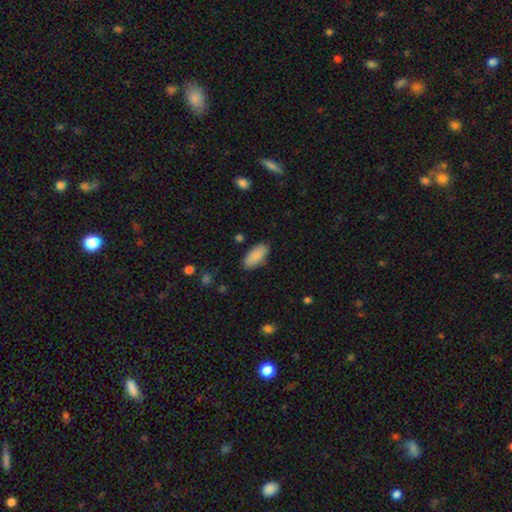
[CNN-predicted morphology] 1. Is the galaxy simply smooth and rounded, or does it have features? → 89% smooth, 6% star or artifact, 5% featured or disk.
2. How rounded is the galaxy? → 92% in between, 6% cigar-shaped, 2% round.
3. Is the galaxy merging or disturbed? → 84% none, 12% minor disturbance, 3% major disturbance, 1% merger.